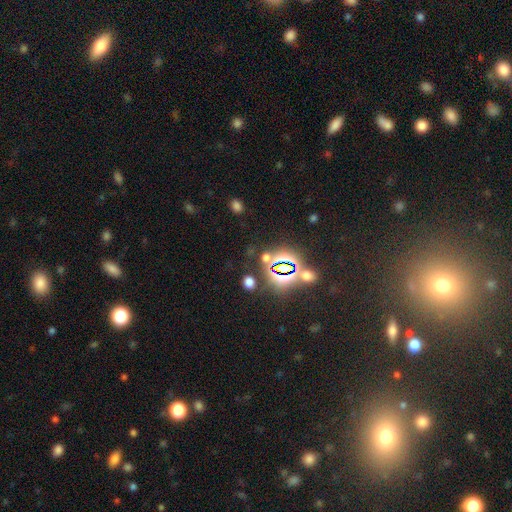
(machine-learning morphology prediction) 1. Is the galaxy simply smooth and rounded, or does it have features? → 74% star or artifact, 15% smooth, 11% featured or disk.